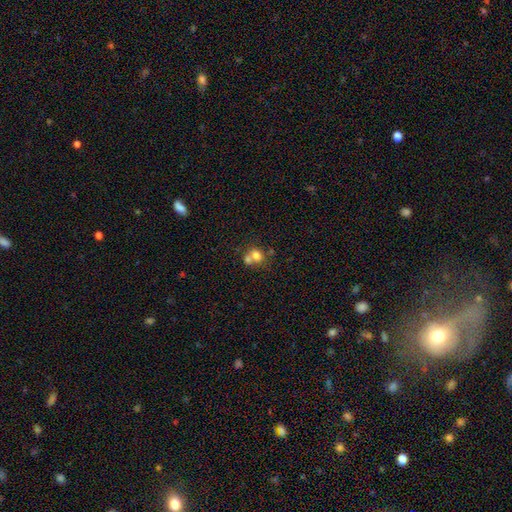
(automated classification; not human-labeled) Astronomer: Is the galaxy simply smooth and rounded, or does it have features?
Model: smooth — 74%.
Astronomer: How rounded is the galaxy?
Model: round — 68%.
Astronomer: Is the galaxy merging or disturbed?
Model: merger — 55% (runner-up: none, 34%).